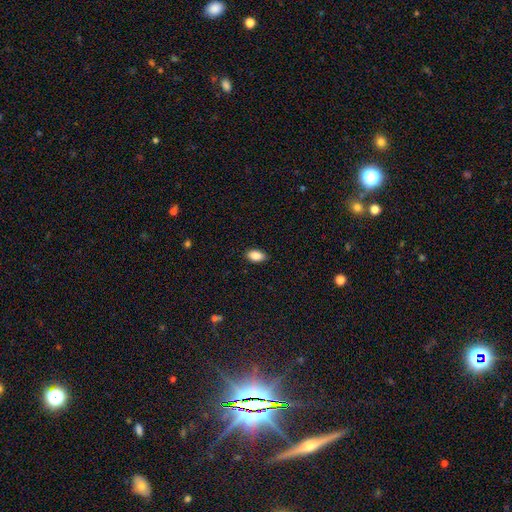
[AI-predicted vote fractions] Smooth or featured? Predicted: smooth (p=0.88). How rounded? Predicted: in between (p=0.91). Merging? Predicted: none (p=0.87).